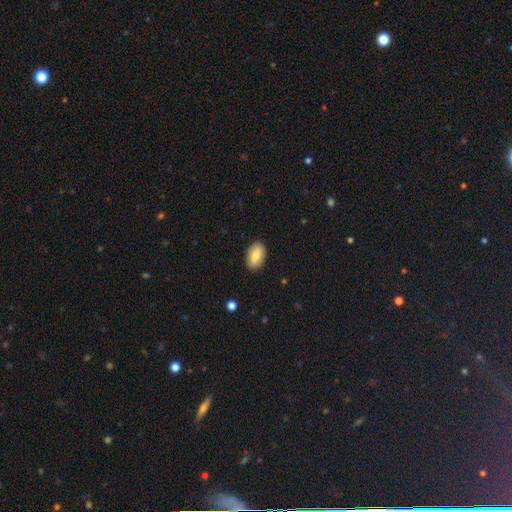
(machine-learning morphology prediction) smooth_or_featured: smooth (p=0.78) [alt: featured or disk p=0.16]
how_rounded: in between (p=0.92) [alt: round p=0.06]
merging: none (p=0.88) [alt: minor disturbance p=0.09]